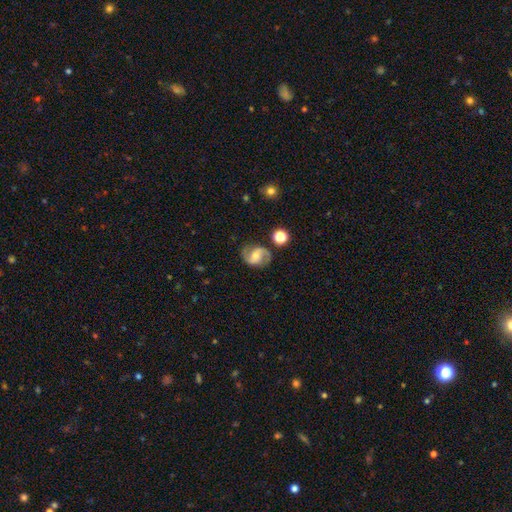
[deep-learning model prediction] A featured or disk galaxy (84%) with a weak bar (42%, tied with no), 2 (93%) medium (53%) spiral arms (96%) and a moderate central bulge (51%). Merging: none (80%).